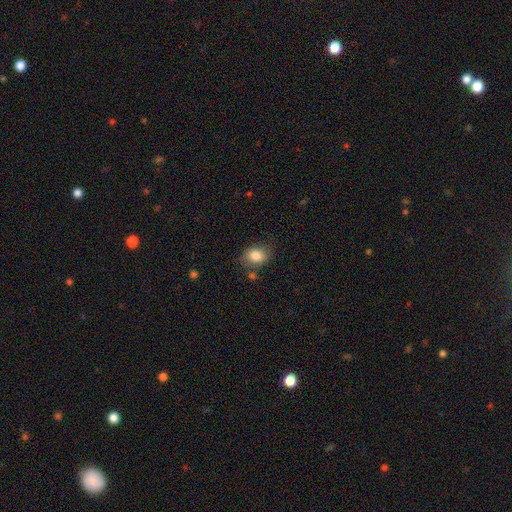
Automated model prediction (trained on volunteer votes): Smooth or featured?
  - smooth: 83% *
  - star or artifact: 9%
  - featured or disk: 8%
How rounded?
  - in between: 60% *
  - round: 39%
  - cigar-shaped: 1%
Merging?
  - none: 73% *
  - minor disturbance: 18%
  - merger: 5%
  - major disturbance: 5%